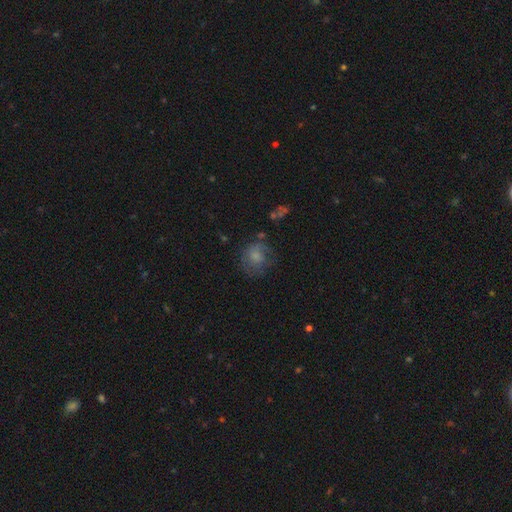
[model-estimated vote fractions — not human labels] Morphology: type=smooth (63%); roundness=round (78%); merging=none (54%).